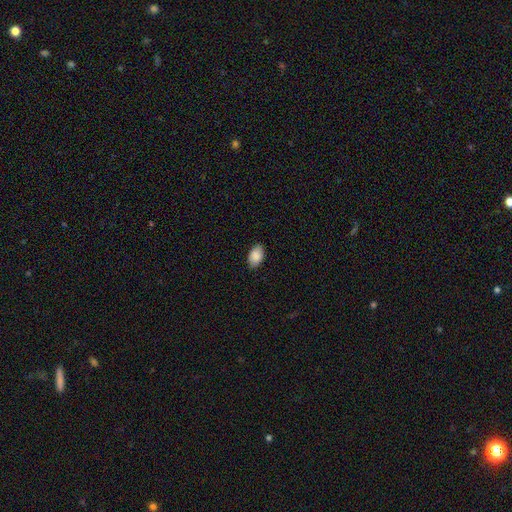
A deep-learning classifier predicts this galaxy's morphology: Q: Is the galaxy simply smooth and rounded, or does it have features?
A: smooth — 89%.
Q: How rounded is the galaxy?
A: in between — 92%.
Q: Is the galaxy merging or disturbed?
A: none — 87%.